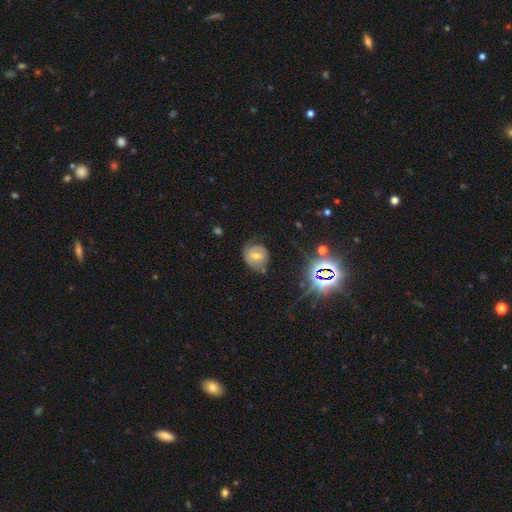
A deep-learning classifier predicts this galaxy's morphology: Smooth or featured? Predicted: smooth (p=0.50). Merging? Predicted: none (p=0.62).